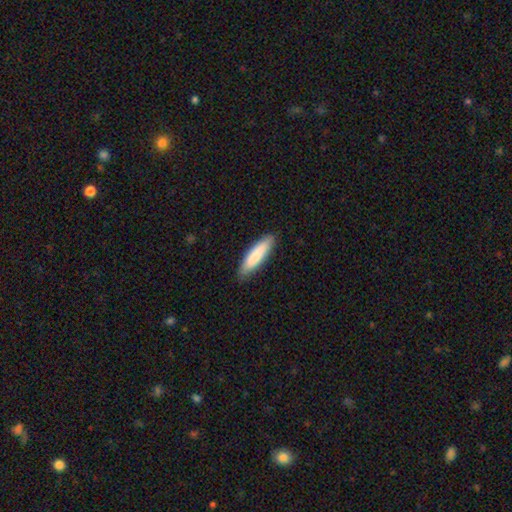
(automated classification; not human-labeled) Smooth or featured? smooth (84%)
How rounded? cigar-shaped (70%)
Merging? none (86%)